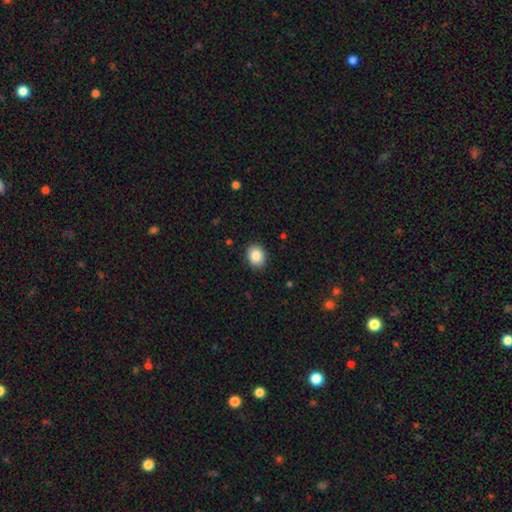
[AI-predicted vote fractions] Smooth or featured? Predicted: smooth (p=0.86). How rounded? Predicted: round (p=0.51). Merging? Predicted: none (p=0.90).